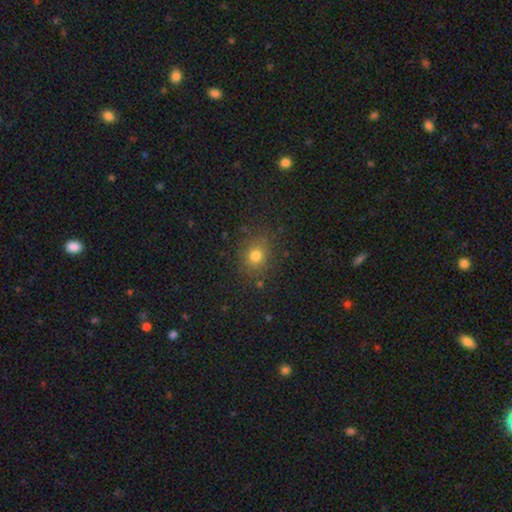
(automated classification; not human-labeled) Overall: smooth (75%). How rounded: round (71%). Merging: none (83%).